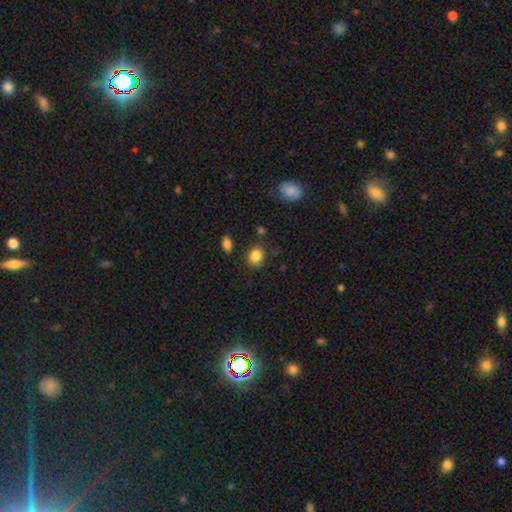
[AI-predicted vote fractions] Morphology: type=smooth (85%); roundness=round (59%); merging=none (79%).